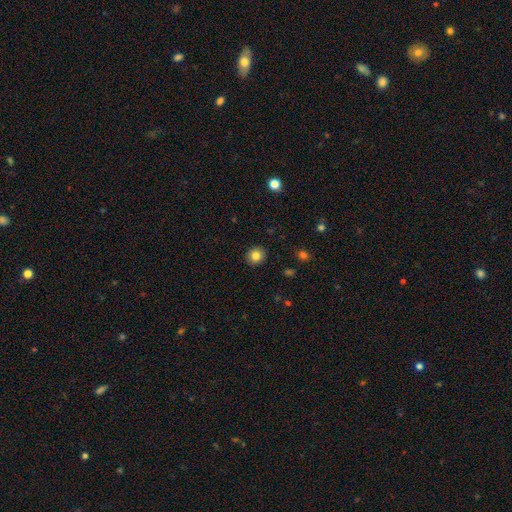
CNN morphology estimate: The model was most divided on "smooth or featured": smooth: 82%, star or artifact: 10%, featured or disk: 8%. More confident: merging — none (92%); how rounded — round (86%).